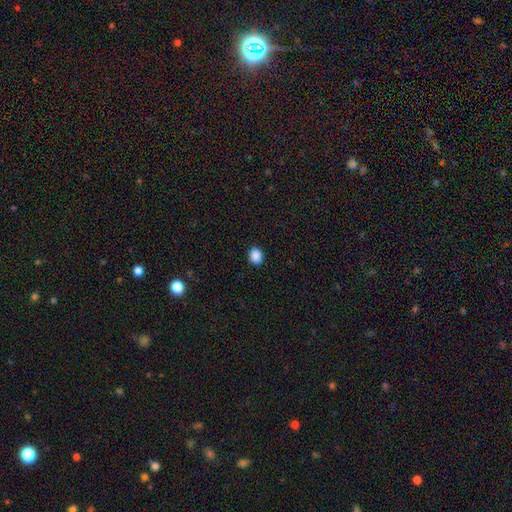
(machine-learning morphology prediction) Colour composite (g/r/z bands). It shows a smooth galaxy with no disk features (88%) that is round (55%). Merging: none (91%).